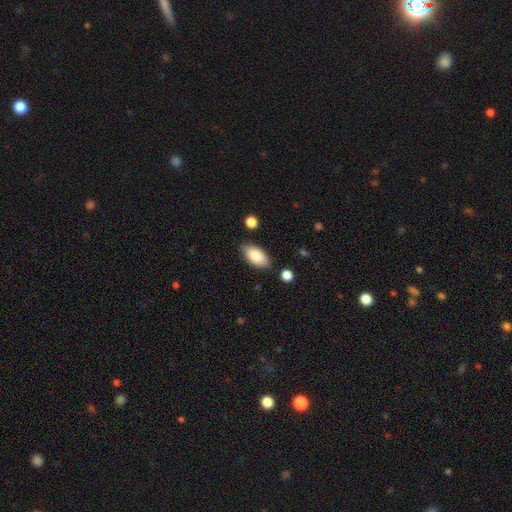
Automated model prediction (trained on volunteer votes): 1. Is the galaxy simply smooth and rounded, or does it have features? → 84% smooth, 9% featured or disk, 6% star or artifact.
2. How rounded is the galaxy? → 93% in between, 4% cigar-shaped, 3% round.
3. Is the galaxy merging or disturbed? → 84% none, 11% minor disturbance, 3% merger, 2% major disturbance.